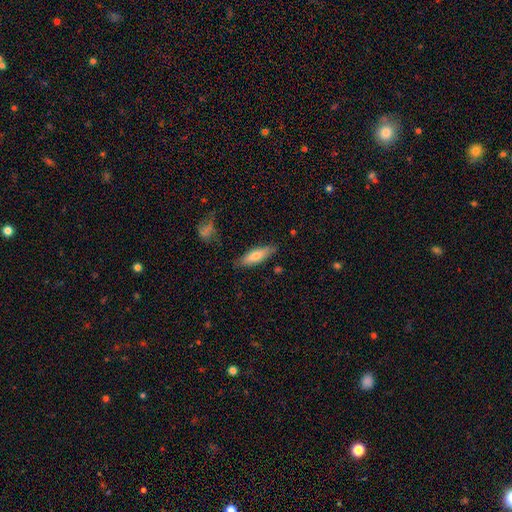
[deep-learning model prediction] A smooth galaxy with no disk features (67%) that is cigar-shaped (51%).

Vote fractions:
- Smooth or featured? smooth: 67% / featured or disk: 27% / star or artifact: 6%
- How rounded? cigar-shaped: 51% / in between: 47% / round: 2%
- Merging? none: 81% / minor disturbance: 13% / major disturbance: 3% / merger: 3%